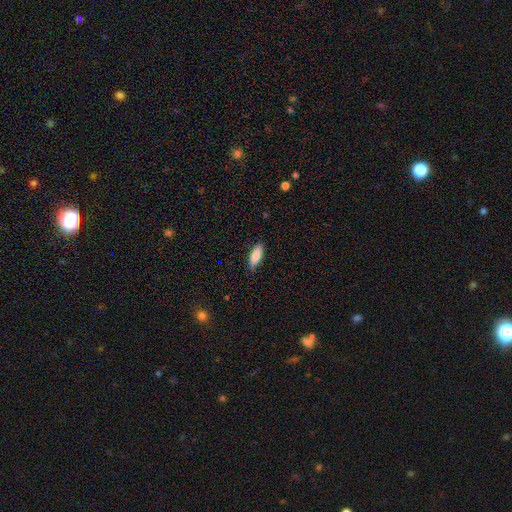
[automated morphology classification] Smooth or featured: smooth — 83% (featured or disk — 11%)
How rounded: in between — 61% (cigar-shaped — 37%)
Merging: none — 85% (minor disturbance — 12%)